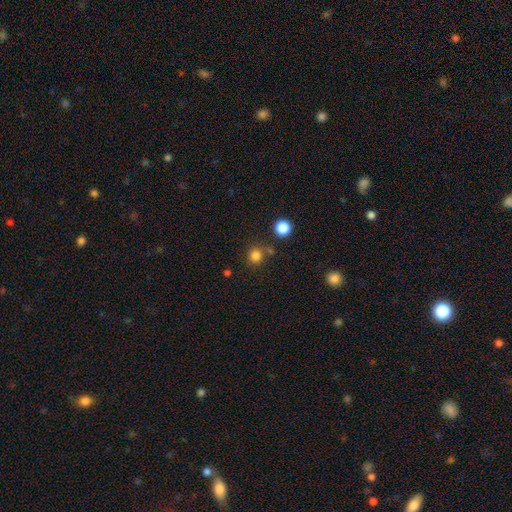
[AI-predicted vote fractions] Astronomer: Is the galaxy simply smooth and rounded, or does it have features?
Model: smooth — 80%.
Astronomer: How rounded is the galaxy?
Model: round — 91%.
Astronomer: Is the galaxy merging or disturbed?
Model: none — 74%.